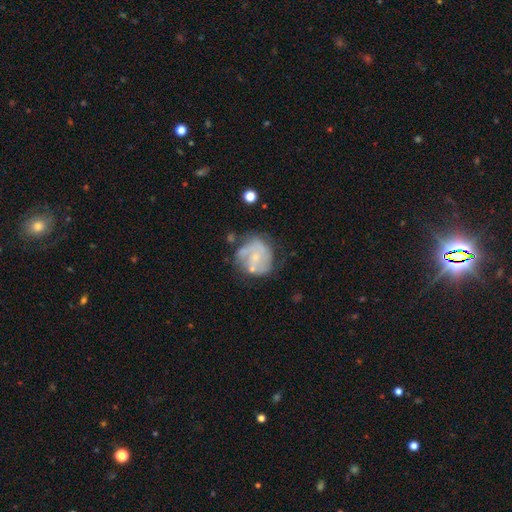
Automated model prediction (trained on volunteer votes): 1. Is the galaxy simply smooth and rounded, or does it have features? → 63% featured or disk, 29% smooth, 8% star or artifact.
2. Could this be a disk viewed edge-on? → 98% no, 2% yes.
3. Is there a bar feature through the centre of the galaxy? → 73% no, 23% weak, 4% strong.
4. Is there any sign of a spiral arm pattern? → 61% yes, 39% no.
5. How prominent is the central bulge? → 65% small, 21% moderate, 12% none, 1% large, 1% dominant.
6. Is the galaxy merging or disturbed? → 48% none, 24% minor disturbance, 18% major disturbance, 10% merger.